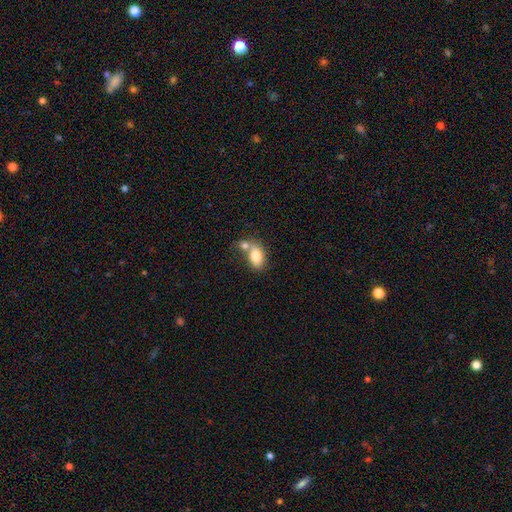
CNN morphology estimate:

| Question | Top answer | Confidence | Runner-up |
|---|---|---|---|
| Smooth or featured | smooth | 80% | featured or disk (12%) |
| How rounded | in between | 85% | round (13%) |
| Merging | merger | 48% | none (35%) |